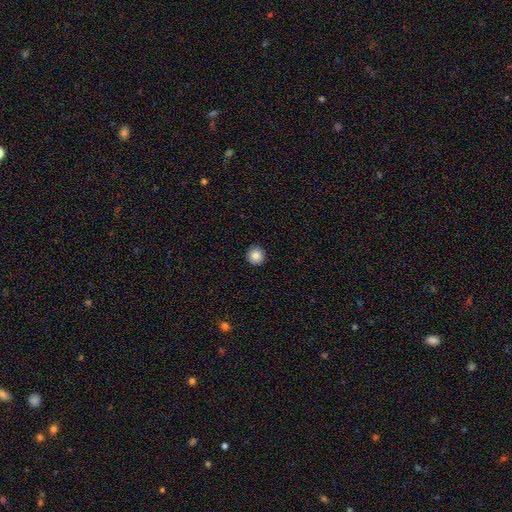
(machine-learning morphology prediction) Q: Smooth or featured?
A: smooth (86%); runner-up: star or artifact (9%)
Q: How rounded?
A: round (92%); runner-up: in between (7%)
Q: Merging?
A: none (93%); runner-up: minor disturbance (5%)